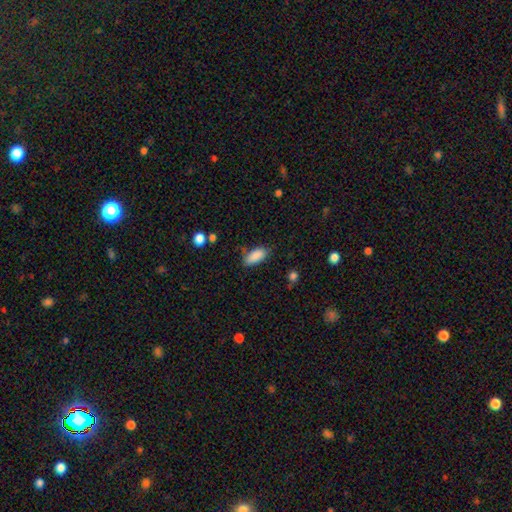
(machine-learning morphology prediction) The model was most divided on "merging": none: 76%, minor disturbance: 18%, major disturbance: 4%, merger: 3%. More confident: smooth or featured — smooth (88%); how rounded — in between (88%).